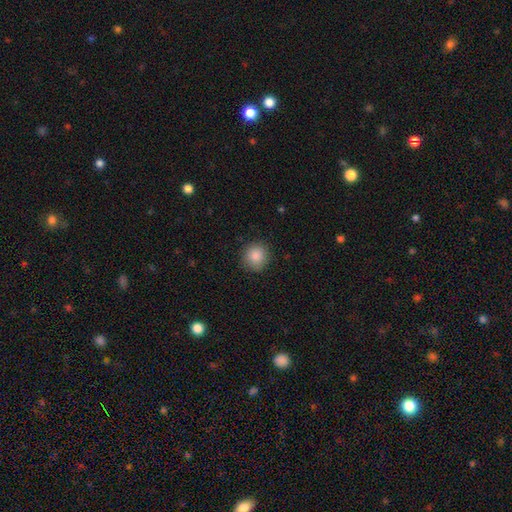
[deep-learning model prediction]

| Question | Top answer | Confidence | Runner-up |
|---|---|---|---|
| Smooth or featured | smooth | 87% | star or artifact (9%) |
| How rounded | round | 89% | in between (10%) |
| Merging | none | 88% | minor disturbance (8%) |